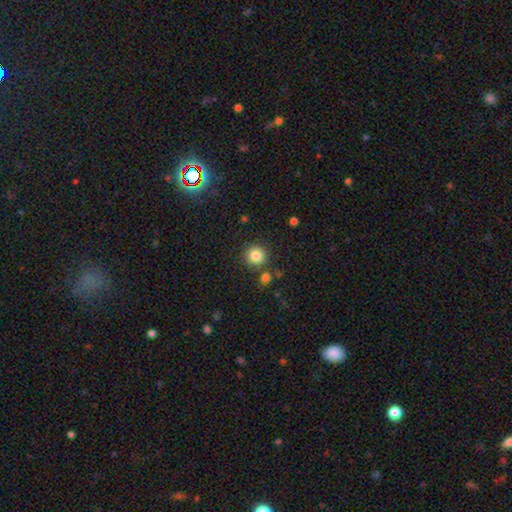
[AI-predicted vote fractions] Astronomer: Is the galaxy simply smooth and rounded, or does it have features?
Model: smooth — 85%.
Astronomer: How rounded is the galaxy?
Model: round — 93%.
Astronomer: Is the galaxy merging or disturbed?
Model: none — 83%.